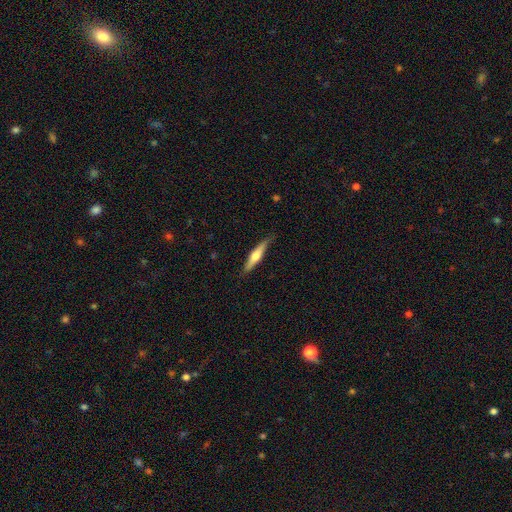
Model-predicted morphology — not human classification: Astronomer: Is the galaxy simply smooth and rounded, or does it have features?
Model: featured or disk — 49% (runner-up: smooth, 46%).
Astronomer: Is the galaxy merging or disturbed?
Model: none — 82%.